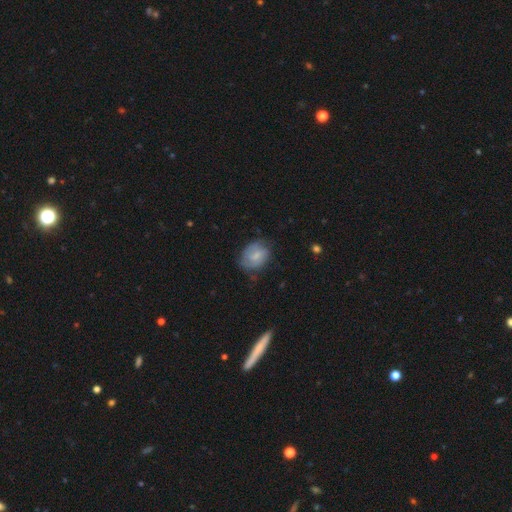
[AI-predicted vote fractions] Smooth or featured? smooth (57%)
How rounded? in between (60%)
Merging? none (59%)